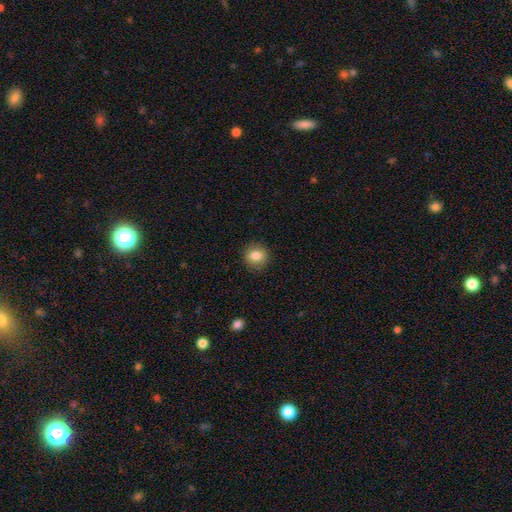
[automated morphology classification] A smooth galaxy with no disk features (83%) that is round (77%). Merging: none (88%).